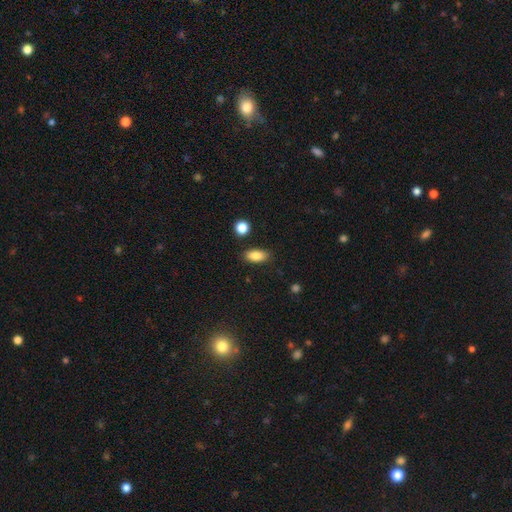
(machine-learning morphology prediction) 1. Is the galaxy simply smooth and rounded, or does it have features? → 85% smooth, 8% star or artifact, 7% featured or disk.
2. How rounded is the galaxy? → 89% in between, 6% cigar-shaped, 5% round.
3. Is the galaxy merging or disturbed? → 85% none, 10% minor disturbance, 3% merger, 2% major disturbance.